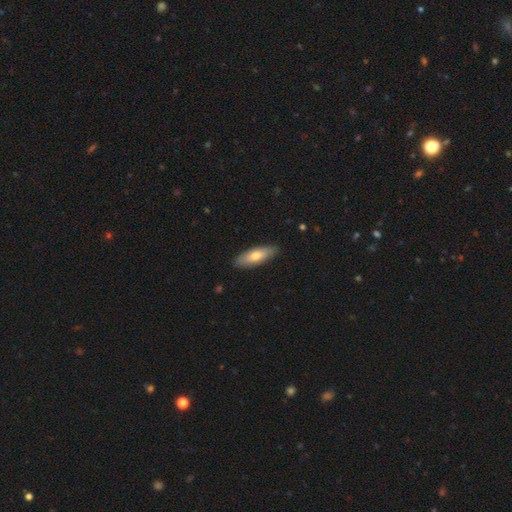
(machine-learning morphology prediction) The model was most divided on "how rounded": in between: 61%, cigar-shaped: 37%, round: 2%. More confident: merging — none (87%); smooth or featured — smooth (69%).